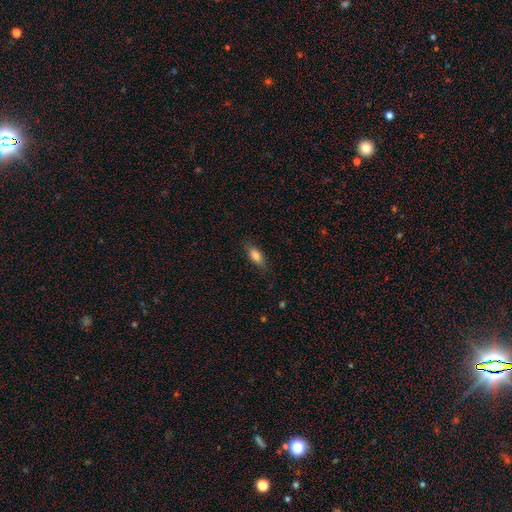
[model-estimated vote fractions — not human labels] Smooth or featured? Predicted: smooth (p=0.81). How rounded? Predicted: in between (p=0.78). Merging? Predicted: none (p=0.81).